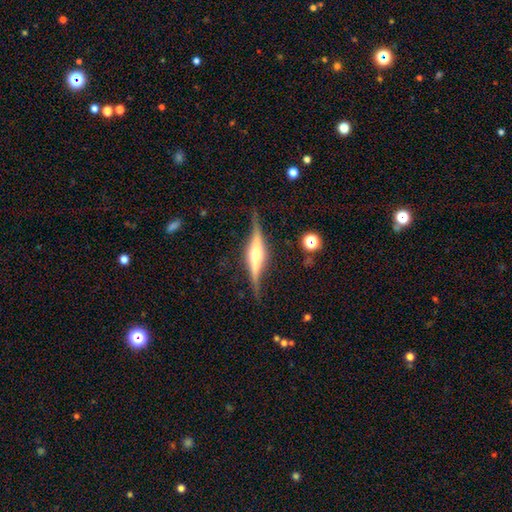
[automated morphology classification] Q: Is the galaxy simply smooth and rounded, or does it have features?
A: featured or disk — 82%.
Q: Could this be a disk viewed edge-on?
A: yes — 94%.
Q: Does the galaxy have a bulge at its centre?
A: rounded — 88%.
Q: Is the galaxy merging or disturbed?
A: none — 78%.